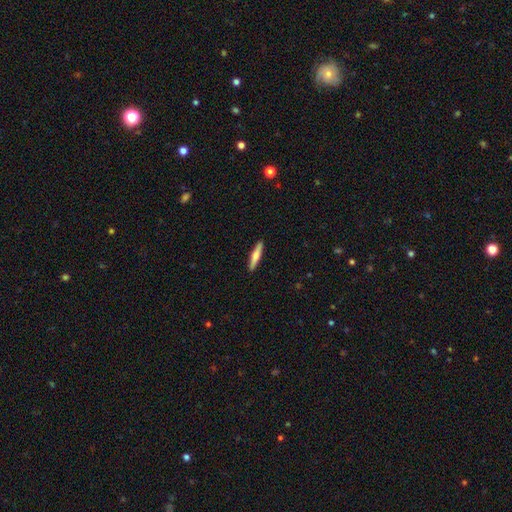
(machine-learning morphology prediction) The model was most divided on "smooth or featured": smooth: 60%, featured or disk: 35%, star or artifact: 5%. More confident: merging — none (91%); how rounded — cigar-shaped (90%).